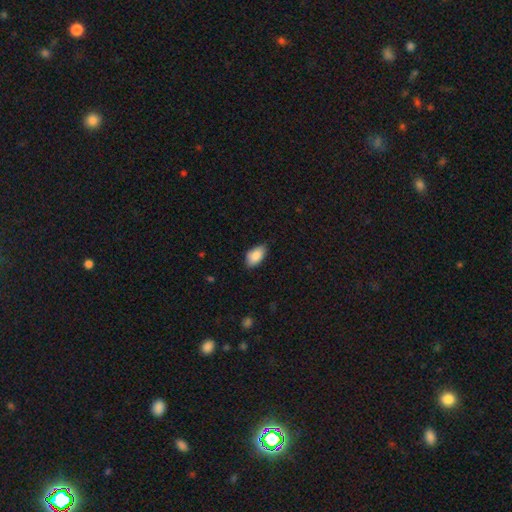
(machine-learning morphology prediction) This appears to be a smooth galaxy with no disk features (86%) that is in between round and cigar-shaped (93%). Merging: none (73%).